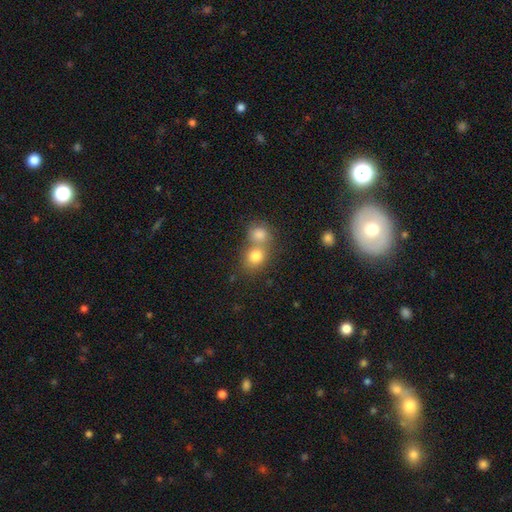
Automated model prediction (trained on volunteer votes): smooth 80%, star or artifact 10%, featured or disk 10%. Down the decision tree: how rounded — round (69%); merging — merger (54%).